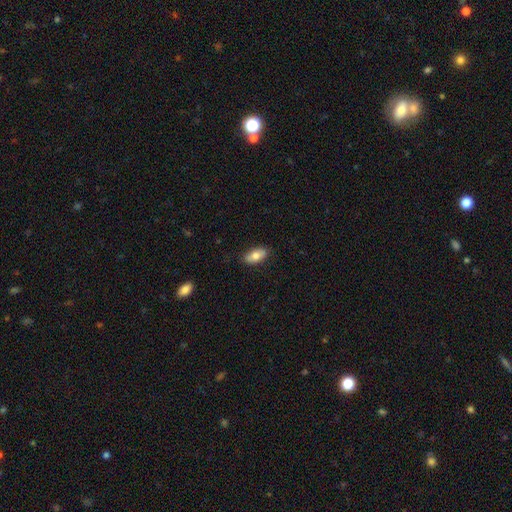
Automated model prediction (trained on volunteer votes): This is likely a smooth galaxy (75%). How rounded: clearly in between (91%). Merging: clearly none (84%).